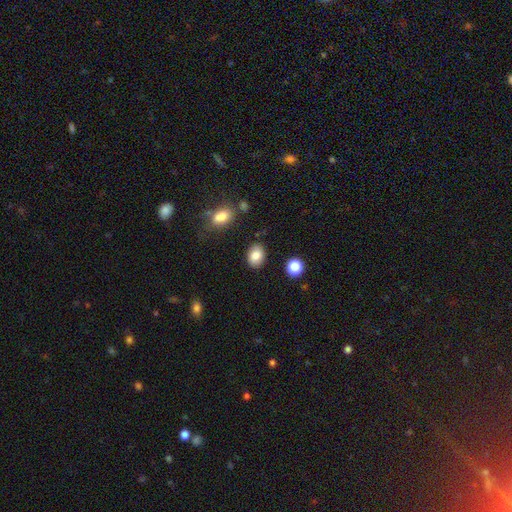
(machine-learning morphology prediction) Smooth or featured: smooth — 85% (star or artifact — 9%)
How rounded: in between — 72% (round — 27%)
Merging: none — 85% (minor disturbance — 10%)